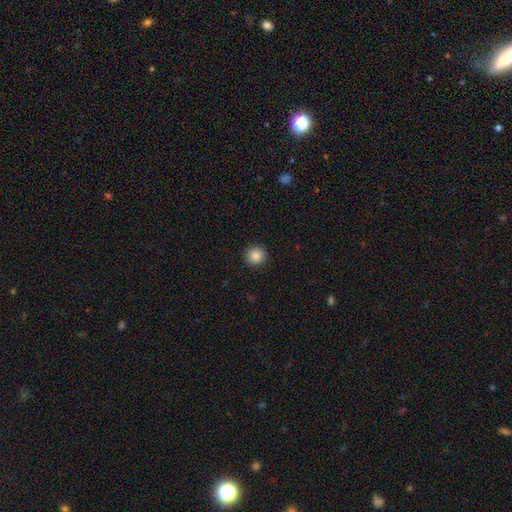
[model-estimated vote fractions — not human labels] Smooth or featured: smooth — 87% (star or artifact — 9%)
How rounded: round — 92% (in between — 7%)
Merging: none — 92% (minor disturbance — 5%)